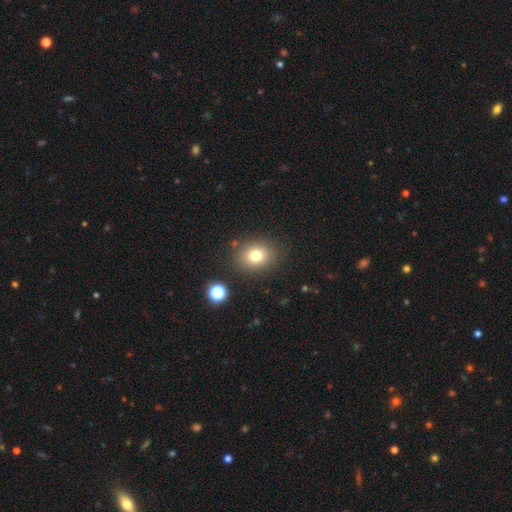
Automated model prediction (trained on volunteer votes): Morphology: type=smooth (77%); roundness=round (62%); merging=none (84%).